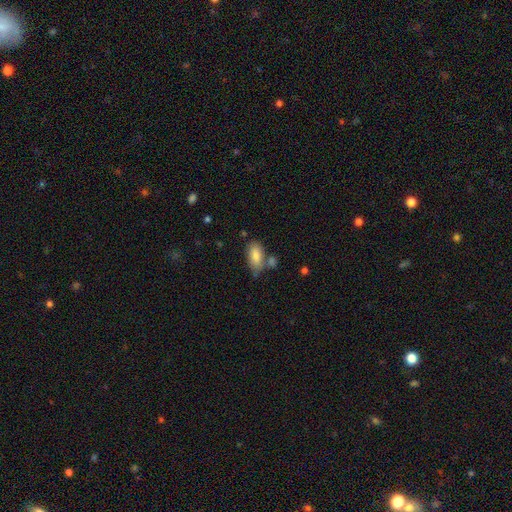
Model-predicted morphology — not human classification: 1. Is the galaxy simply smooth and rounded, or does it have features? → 83% smooth, 11% featured or disk, 7% star or artifact.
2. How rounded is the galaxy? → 89% in between, 7% cigar-shaped, 3% round.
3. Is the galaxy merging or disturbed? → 56% none, 21% minor disturbance, 17% merger, 6% major disturbance.